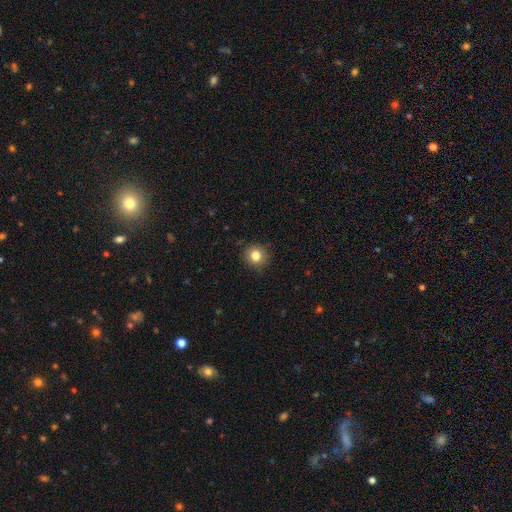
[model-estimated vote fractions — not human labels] A smooth galaxy with no disk features (82%) that is round (92%).

Vote fractions:
- Smooth or featured? smooth: 82% / star or artifact: 12% / featured or disk: 7%
- How rounded? round: 92% / in between: 8% / cigar-shaped: 1%
- Merging? none: 89% / minor disturbance: 8% / major disturbance: 2% / merger: 1%